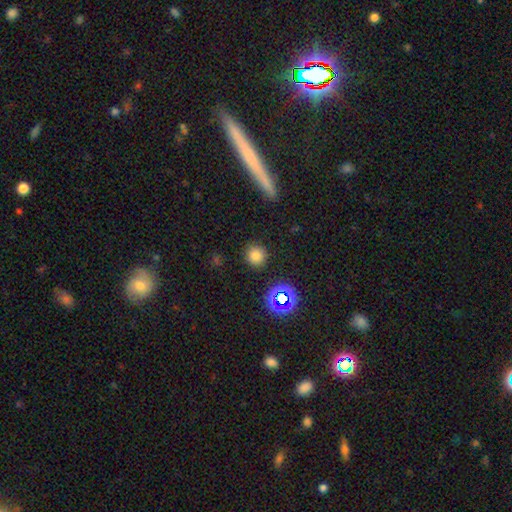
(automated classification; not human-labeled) A smooth galaxy with no disk features (76%) that is round (92%).

Vote fractions:
- Smooth or featured? smooth: 76% / star or artifact: 18% / featured or disk: 6%
- How rounded? round: 92% / in between: 7% / cigar-shaped: 1%
- Merging? none: 89% / minor disturbance: 7% / major disturbance: 3% / merger: 2%